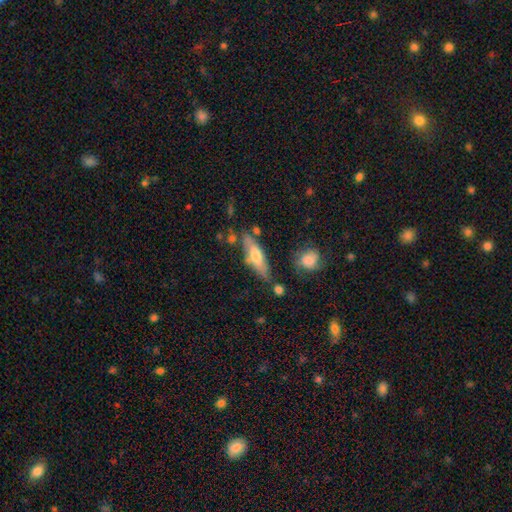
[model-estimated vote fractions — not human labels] Morphology: type=smooth (55%); roundness=cigar-shaped (59%); merging=none (67%).